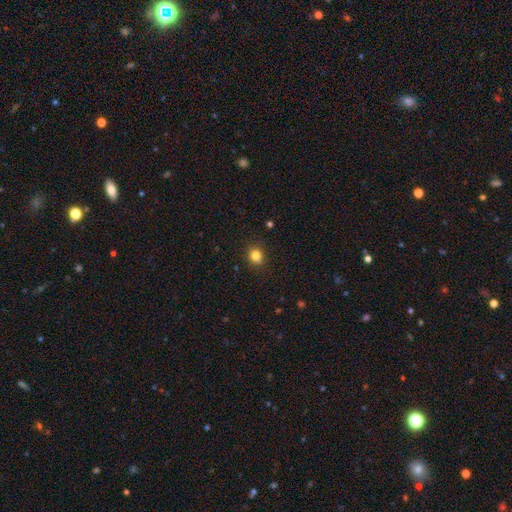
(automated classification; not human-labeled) smooth 82%, star or artifact 12%, featured or disk 5%. Down the decision tree: how rounded — round (76%); merging — none (85%).